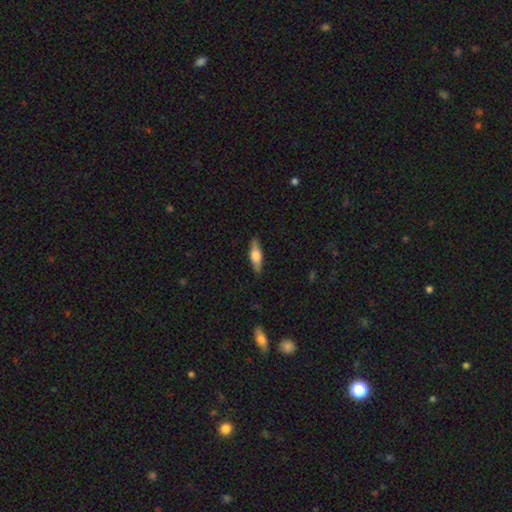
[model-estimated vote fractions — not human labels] Morphology: type=smooth (53%); roundness=cigar-shaped (54%); merging=none (87%).